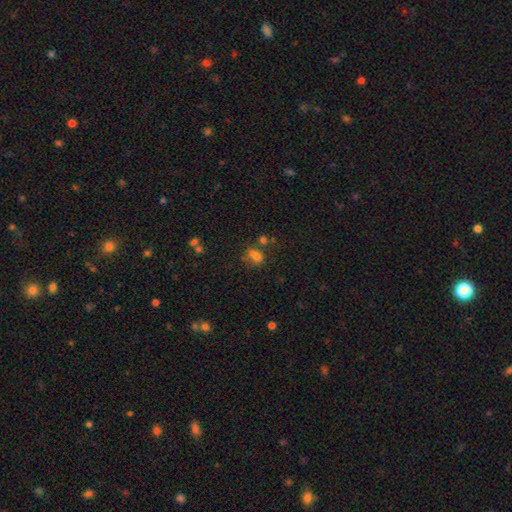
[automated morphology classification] type=smooth (65%); roundness=round (53%); merging=none (40%).